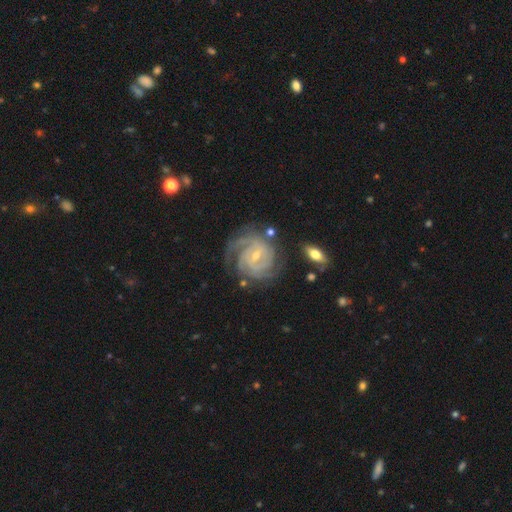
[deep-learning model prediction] A featured or disk galaxy (91%) with a weak bar (49%), 3 (33%) tight (72%) spiral arms (98%) and a small central bulge (66%). Merging: none (69%).